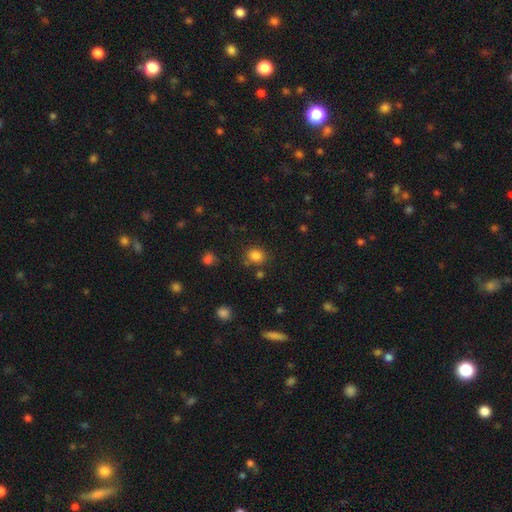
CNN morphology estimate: smooth-or-featured: smooth: 82% | star or artifact: 13% | featured or disk: 5%
  how-rounded: round: 71% | in between: 28% | cigar-shaped: 1%
  merging: none: 77% | minor disturbance: 12% | merger: 7% | major disturbance: 4%